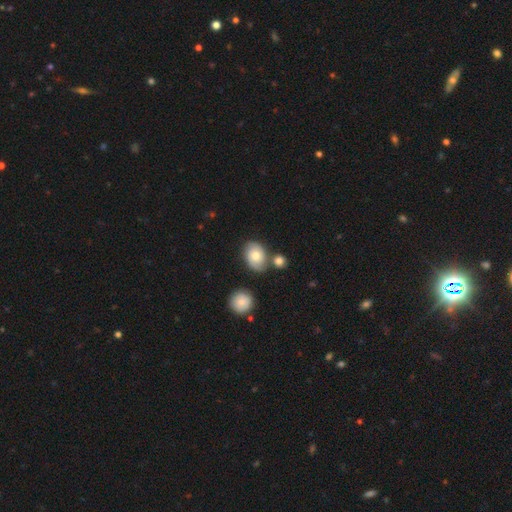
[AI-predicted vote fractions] This is likely a smooth galaxy (61%). How rounded: likely in between (68%). Merging: likely none (65%).